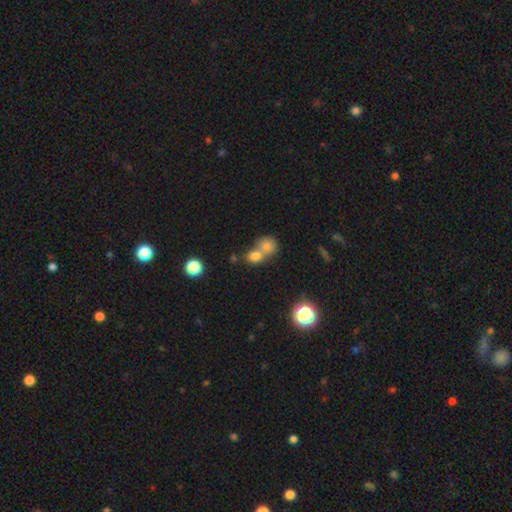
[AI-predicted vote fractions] Q: Smooth or featured?
A: smooth (75%); runner-up: star or artifact (14%)
Q: How rounded?
A: round (60%); runner-up: in between (38%)
Q: Merging?
A: merger (60%); runner-up: none (31%)